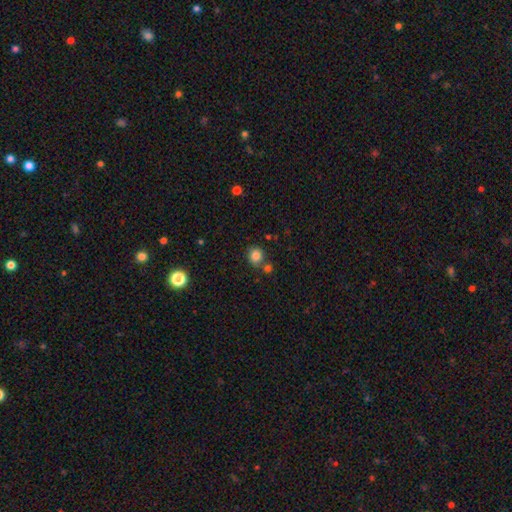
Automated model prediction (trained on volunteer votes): Q: Smooth or featured?
A: smooth (83%); runner-up: star or artifact (11%)
Q: How rounded?
A: round (80%); runner-up: in between (19%)
Q: Merging?
A: none (72%); runner-up: merger (15%)